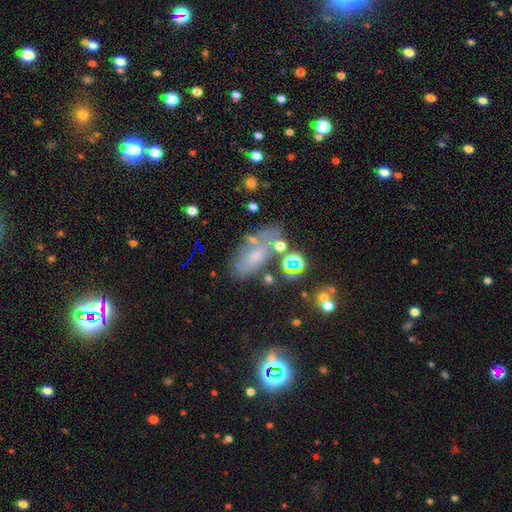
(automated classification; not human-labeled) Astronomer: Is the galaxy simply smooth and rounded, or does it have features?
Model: smooth — 47% (runner-up: featured or disk, 34%).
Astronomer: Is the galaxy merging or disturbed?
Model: none — 54%.